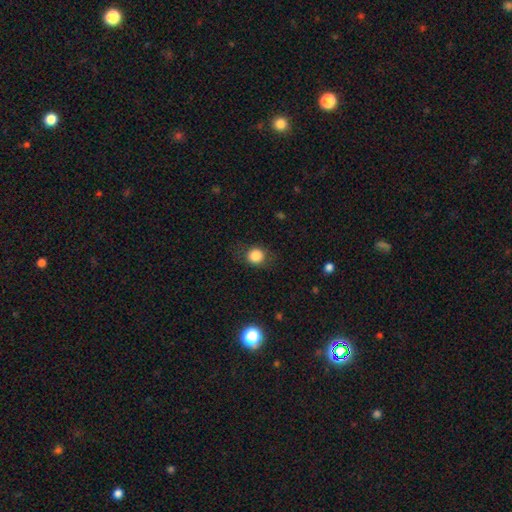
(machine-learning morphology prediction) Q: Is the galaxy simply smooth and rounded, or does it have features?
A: smooth — 83%.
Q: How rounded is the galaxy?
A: round — 83%.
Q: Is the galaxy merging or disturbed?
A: none — 81%.